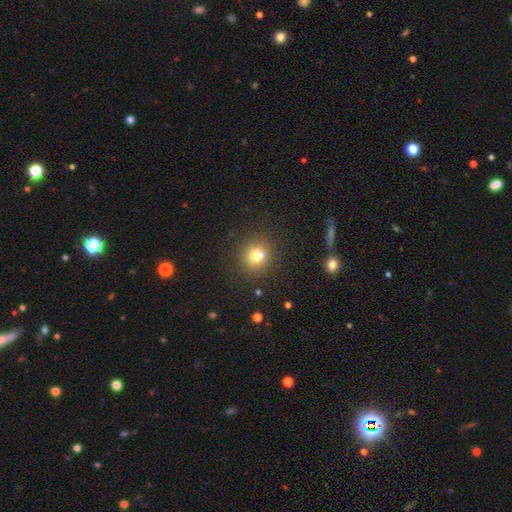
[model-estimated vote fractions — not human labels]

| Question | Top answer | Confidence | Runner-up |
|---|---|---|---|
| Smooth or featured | smooth | 76% | star or artifact (14%) |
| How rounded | round | 84% | in between (15%) |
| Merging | none | 75% | merger (11%) |